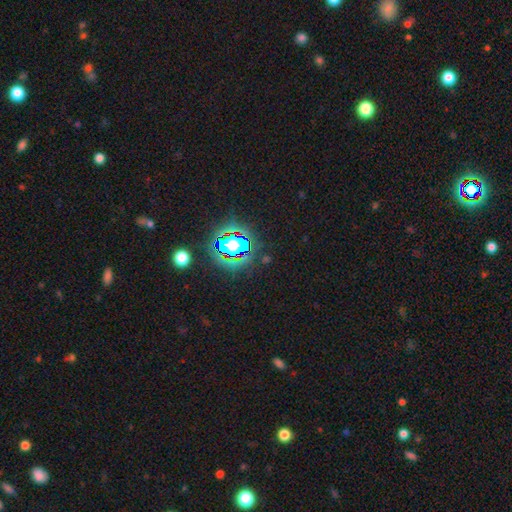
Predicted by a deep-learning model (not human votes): star or artifact 80%, smooth 12%, featured or disk 8%.